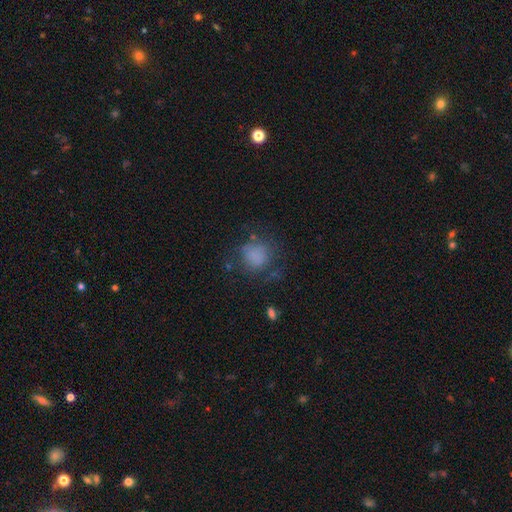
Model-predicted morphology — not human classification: The model was most divided on "merging": none: 58%, minor disturbance: 21%, major disturbance: 17%, merger: 4%. More confident: how rounded — round (77%); smooth or featured — smooth (75%).